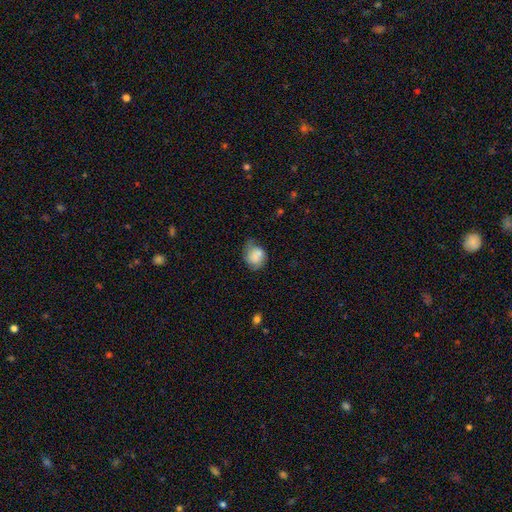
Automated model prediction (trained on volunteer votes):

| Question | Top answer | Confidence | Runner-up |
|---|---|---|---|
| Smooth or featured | smooth | 67% | featured or disk (24%) |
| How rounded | round | 58% | in between (41%) |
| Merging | none | 40% | minor disturbance (34%) |